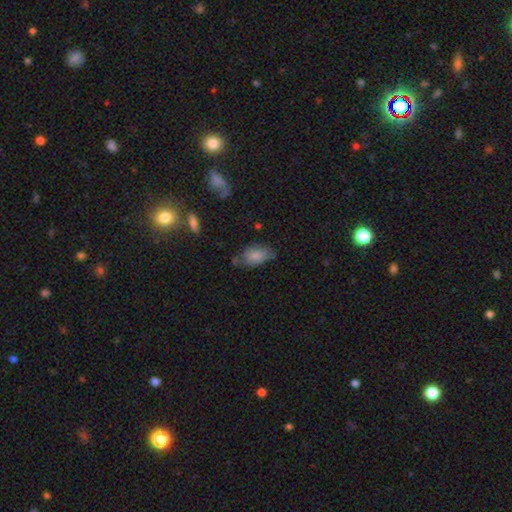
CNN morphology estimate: Q: Smooth or featured?
A: smooth (79%); runner-up: featured or disk (14%)
Q: How rounded?
A: in between (92%); runner-up: round (5%)
Q: Merging?
A: none (53%); runner-up: minor disturbance (33%)